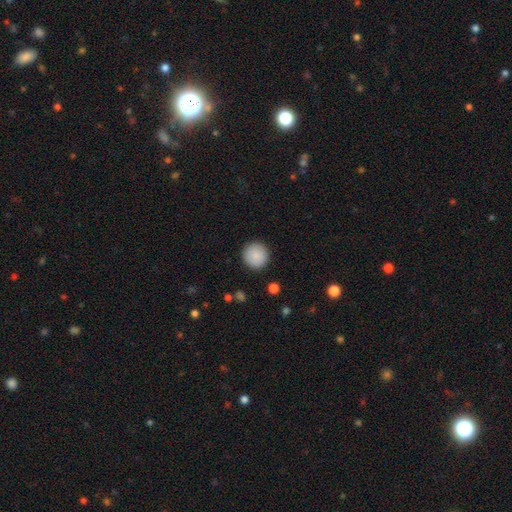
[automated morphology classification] A smooth galaxy with no disk features (88%) that is round (96%). Merging: none (91%).